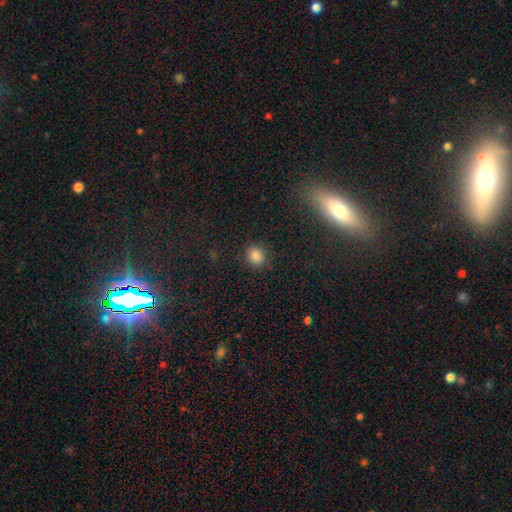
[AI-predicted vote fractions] Overall: smooth (84%). How rounded: round (72%). Merging: none (87%).